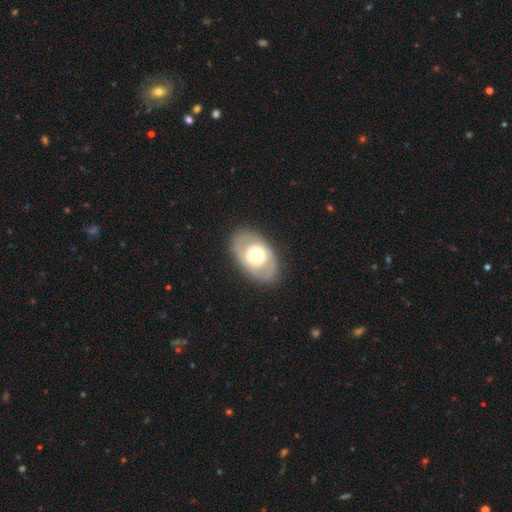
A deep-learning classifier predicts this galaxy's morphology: This appears to be a featured or disk galaxy (58%) with no bar (60%), no spiral arms (65%) and a moderate central bulge (58%). Merging: none (83%).